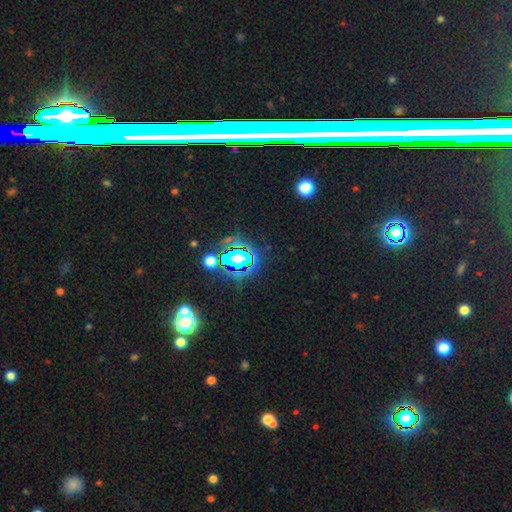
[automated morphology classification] star or artifact 77%, smooth 13%, featured or disk 10%.